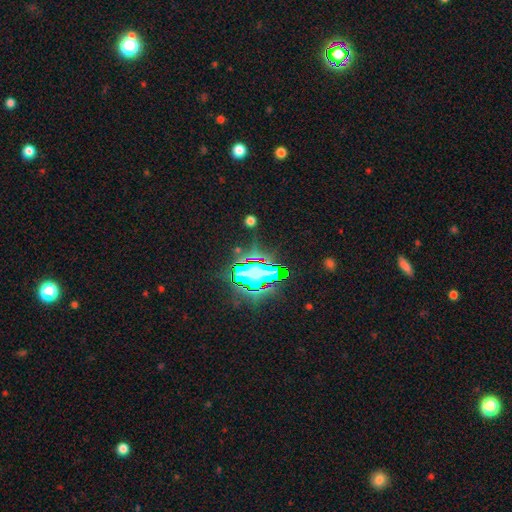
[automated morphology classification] Overall: star or artifact (67%).